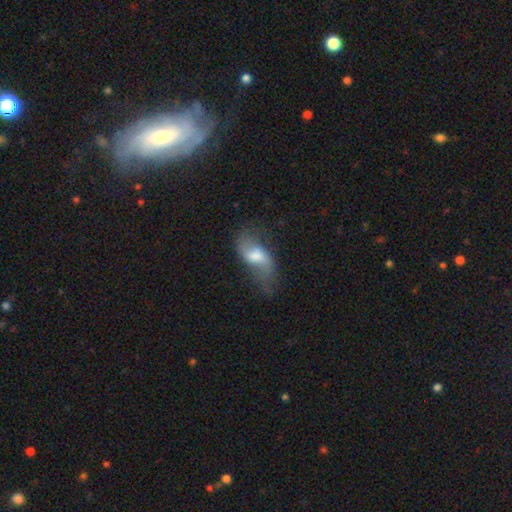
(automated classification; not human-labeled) smooth-or-featured: featured or disk: 54% | smooth: 38% | star or artifact: 8%
  disk-edge-on: no: 90% | yes: 10%
  merging: none: 50% | minor disturbance: 26% | major disturbance: 21% | merger: 3%